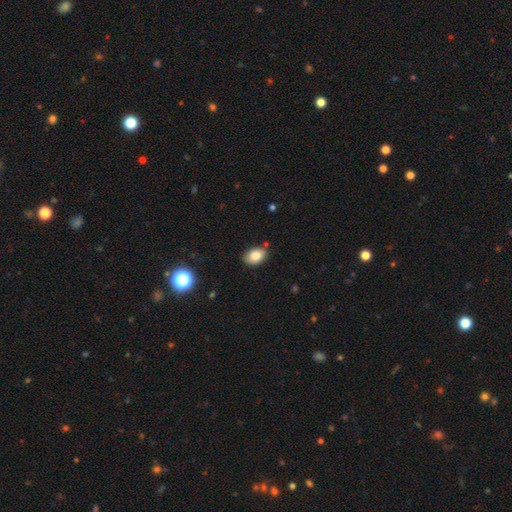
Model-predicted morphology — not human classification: Overall: smooth (84%). How rounded: in between (84%). Merging: none (77%).